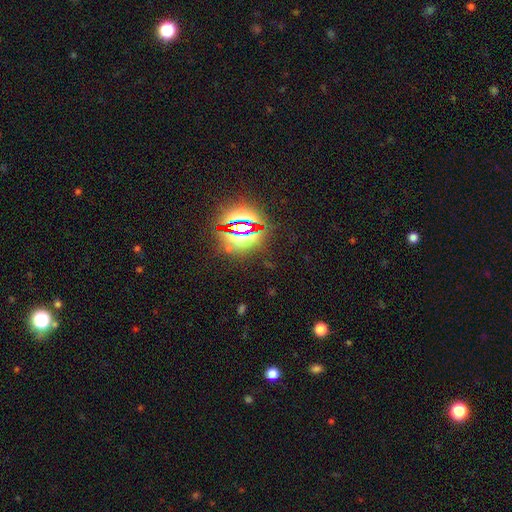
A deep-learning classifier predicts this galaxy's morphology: Smooth or featured: star or artifact — 85% (smooth — 9%)